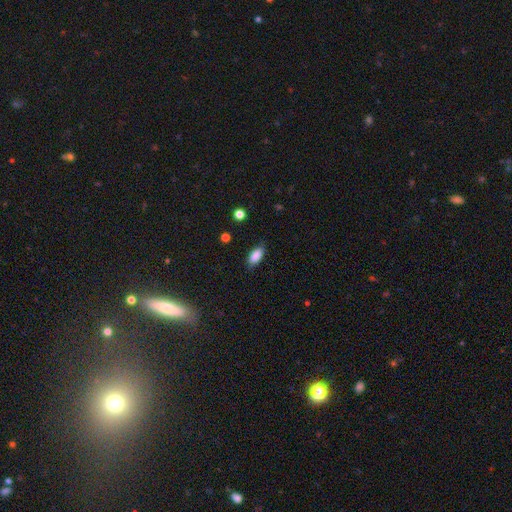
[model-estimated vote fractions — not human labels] smooth-or-featured: smooth: 87% | star or artifact: 7% | featured or disk: 6%
  how-rounded: in between: 88% | cigar-shaped: 8% | round: 3%
  merging: none: 80% | minor disturbance: 16% | major disturbance: 3% | merger: 1%